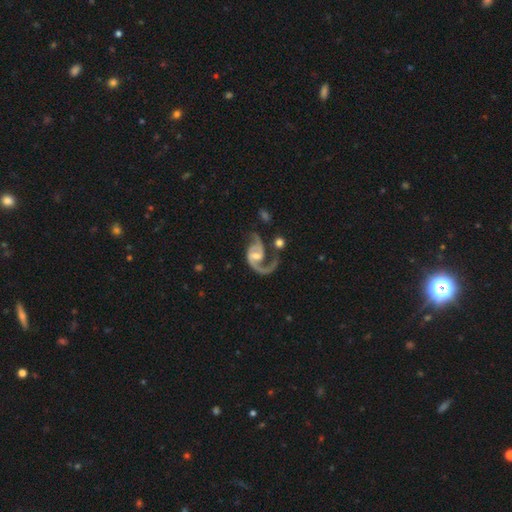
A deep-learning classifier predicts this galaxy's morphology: Smooth or featured: featured or disk — 91% (smooth — 5%)
Edge-on disk: no — 98% (yes — 2%)
Bar: weak — 47% (no — 36%)
Spiral arms: yes — 97% (no — 3%)
Spiral winding: medium — 48% (loose — 40%)
Spiral arm count: 2 — 76% (1 — 18%)
Bulge size: moderate — 48% (small — 43%)
Merging: none — 45% (major disturbance — 27%)